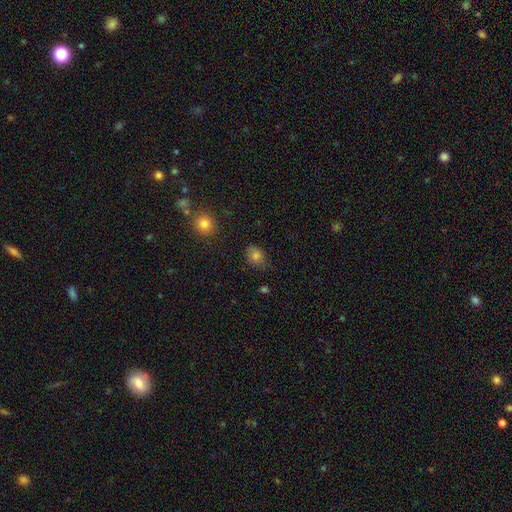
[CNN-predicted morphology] This is likely a smooth galaxy (77%). How rounded: possibly in between (60%). Merging: likely none (74%).